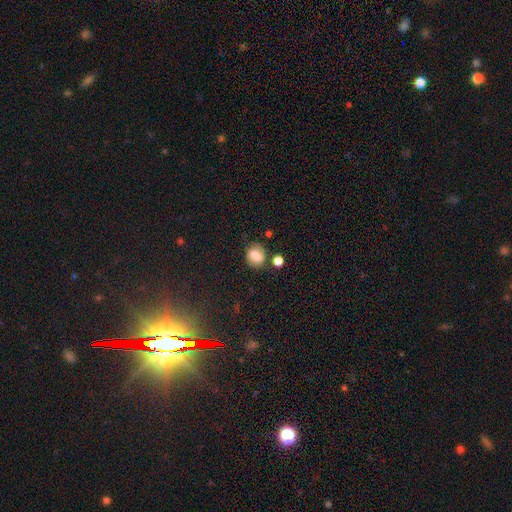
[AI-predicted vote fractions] Overall: smooth (73%). How rounded: round (57%; in between 42%). Merging: none (66%).